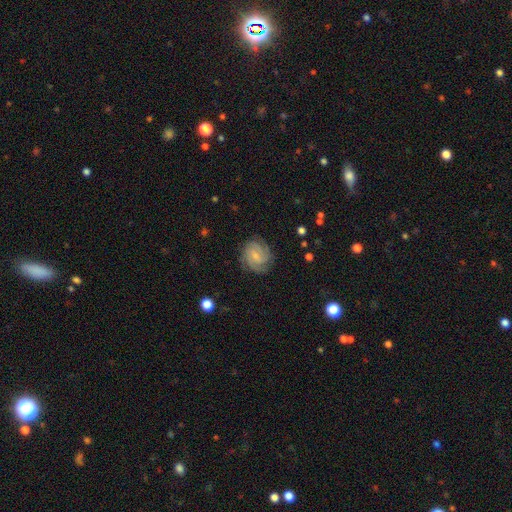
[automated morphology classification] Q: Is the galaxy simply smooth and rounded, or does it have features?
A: featured or disk — 75%.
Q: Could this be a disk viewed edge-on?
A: no — 98%.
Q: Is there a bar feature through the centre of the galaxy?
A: weak — 48%.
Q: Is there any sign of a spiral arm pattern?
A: yes — 95%.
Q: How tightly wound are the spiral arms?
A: tight — 60%.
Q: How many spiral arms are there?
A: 3 — 30%.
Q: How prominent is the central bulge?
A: small — 66%.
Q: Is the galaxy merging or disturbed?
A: none — 80%.